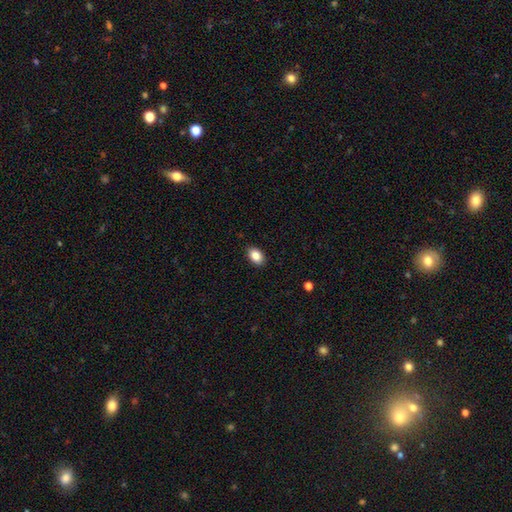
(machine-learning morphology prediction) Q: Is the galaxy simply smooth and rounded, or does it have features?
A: smooth — 86%.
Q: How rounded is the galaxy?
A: in between — 86%.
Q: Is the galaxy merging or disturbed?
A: none — 89%.